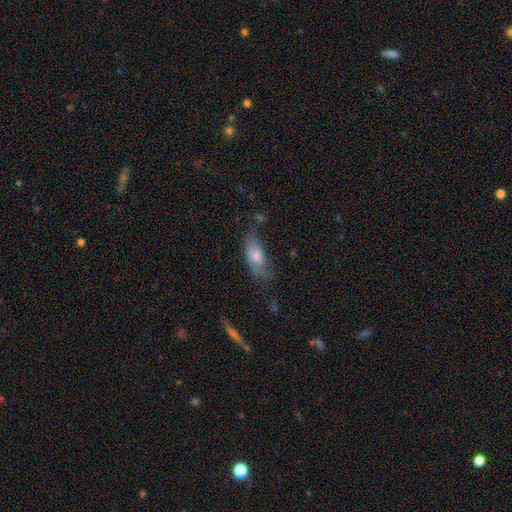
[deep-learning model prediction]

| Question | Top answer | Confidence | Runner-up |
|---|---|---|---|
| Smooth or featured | smooth | 67% | featured or disk (25%) |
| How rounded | in between | 81% | cigar-shaped (15%) |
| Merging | none | 48% | minor disturbance (33%) |